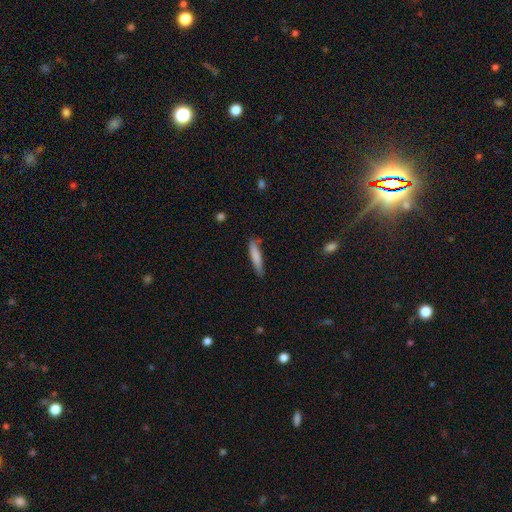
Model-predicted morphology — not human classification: Smooth or featured? Predicted: smooth (p=0.80). How rounded? Predicted: cigar-shaped (p=0.84). Merging? Predicted: none (p=0.75).